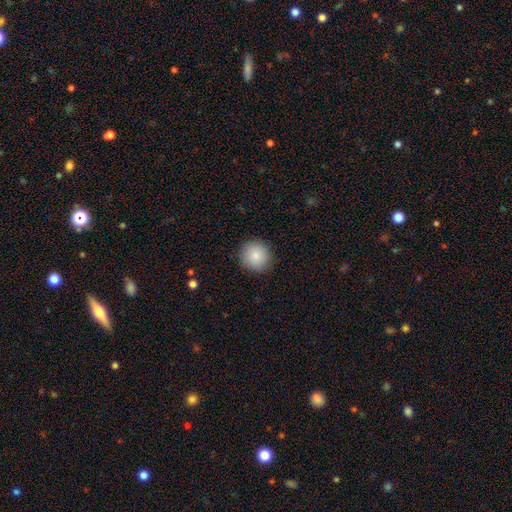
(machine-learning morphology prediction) The model was most divided on "smooth or featured": smooth: 85%, star or artifact: 8%, featured or disk: 7%. More confident: how rounded — round (93%); merging — none (90%).